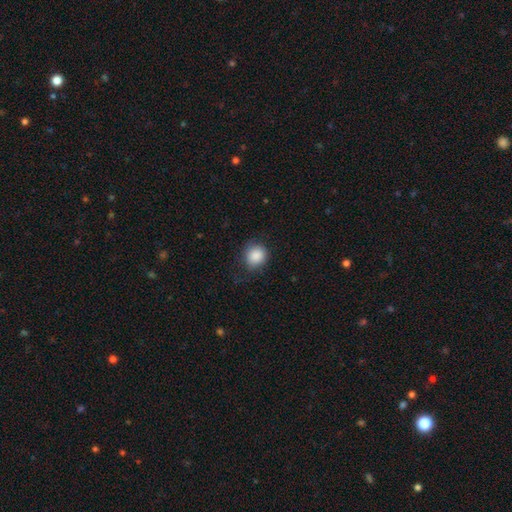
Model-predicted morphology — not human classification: Smooth or featured? smooth (87%)
How rounded? round (79%)
Merging? none (74%)